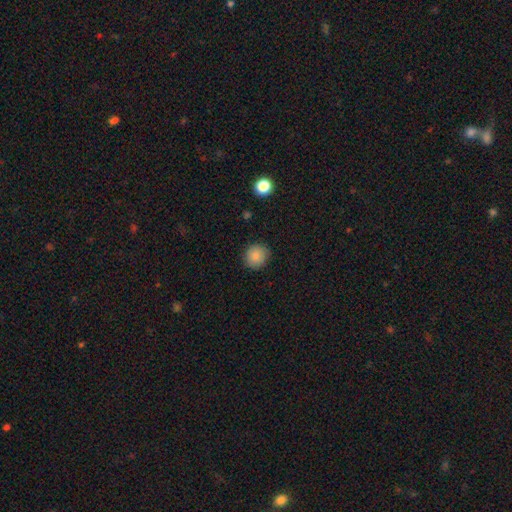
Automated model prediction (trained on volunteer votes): This appears to be a smooth galaxy with no disk features (85%) that is round (88%). Merging: none (89%).